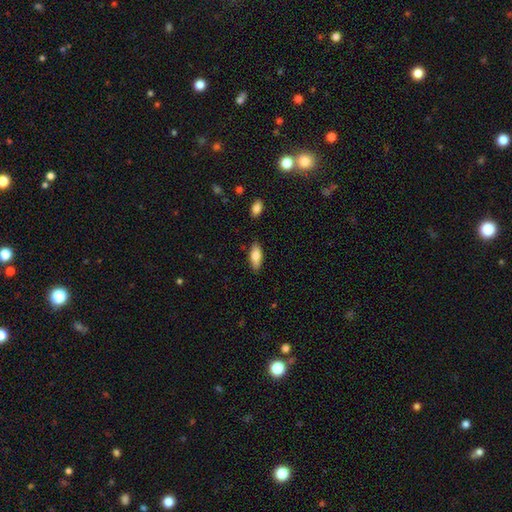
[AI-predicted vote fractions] Smooth or featured?
  - smooth: 78% *
  - featured or disk: 16%
  - star or artifact: 7%
How rounded?
  - in between: 73% *
  - cigar-shaped: 25%
  - round: 2%
Merging?
  - none: 83% *
  - minor disturbance: 12%
  - major disturbance: 2%
  - merger: 2%